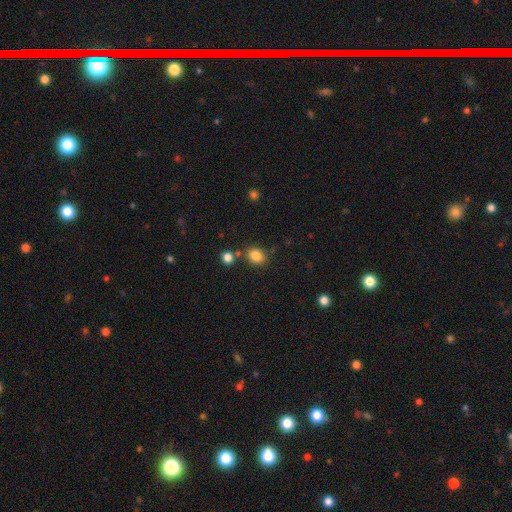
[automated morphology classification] A smooth galaxy with no disk features (84%) that is round (66%).

Vote fractions:
- Smooth or featured? smooth: 84% / star or artifact: 11% / featured or disk: 5%
- How rounded? round: 66% / in between: 33% / cigar-shaped: 1%
- Merging? none: 77% / minor disturbance: 10% / merger: 10% / major disturbance: 3%